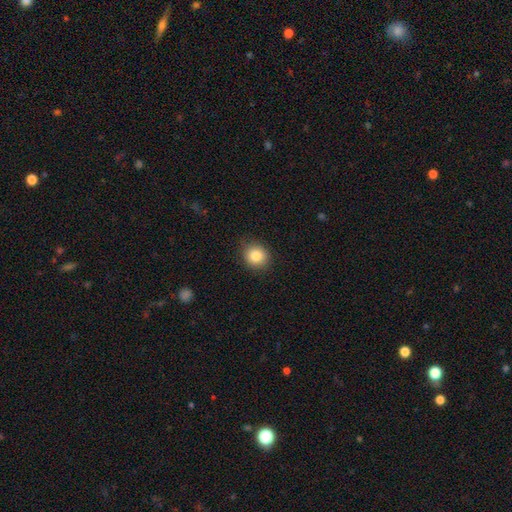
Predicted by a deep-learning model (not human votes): A smooth galaxy with no disk features (83%) that is round (80%). Merging: none (85%).